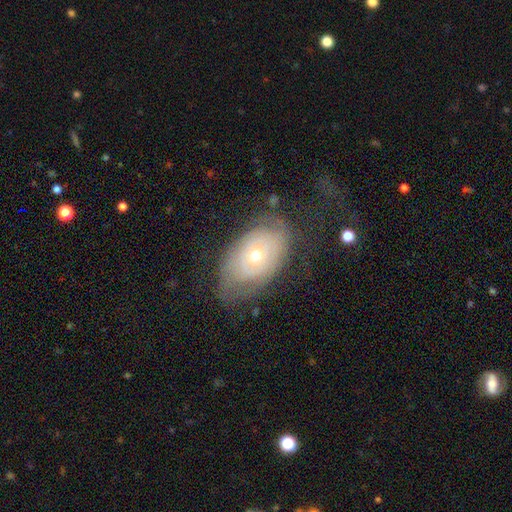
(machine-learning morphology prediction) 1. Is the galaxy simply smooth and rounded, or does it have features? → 64% featured or disk, 28% smooth, 8% star or artifact.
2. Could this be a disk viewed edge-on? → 93% no, 7% yes.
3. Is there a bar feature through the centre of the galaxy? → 85% no, 12% weak, 3% strong.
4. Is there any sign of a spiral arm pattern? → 60% yes, 40% no.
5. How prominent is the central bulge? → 48% moderate (tied), 48% small (tied), 2% large, 1% dominant, 1% none.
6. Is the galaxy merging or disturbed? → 61% none, 23% minor disturbance, 15% major disturbance, 2% merger.